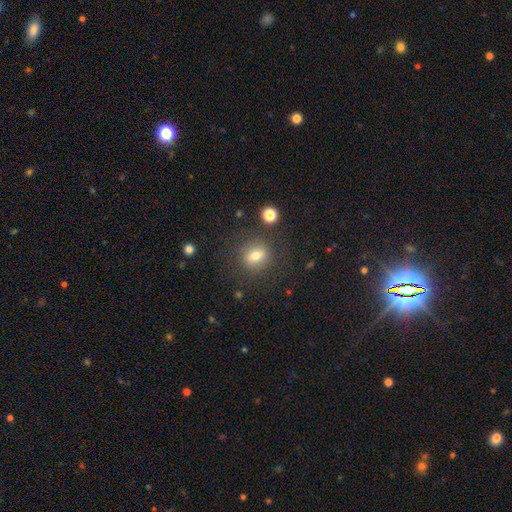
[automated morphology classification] smooth_or_featured: smooth (p=0.72) [alt: featured or disk p=0.15]
how_rounded: round (p=0.63) [alt: in between p=0.35]
merging: none (p=0.81) [alt: minor disturbance p=0.11]